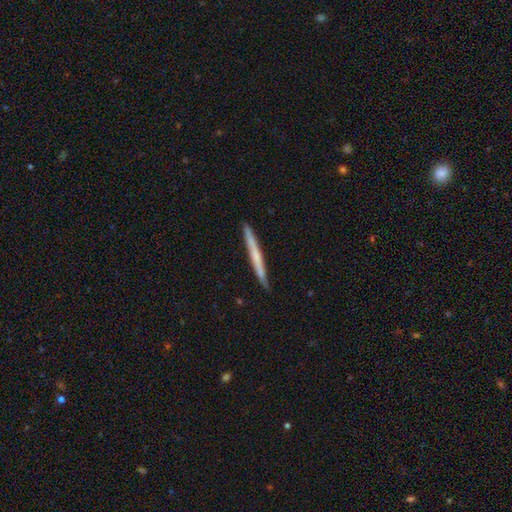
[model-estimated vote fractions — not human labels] Smooth or featured?
  - smooth: 50% *
  - featured or disk: 45%
  - star or artifact: 6%
Merging?
  - none: 90% *
  - minor disturbance: 7%
  - major disturbance: 1%
  - merger: 1%